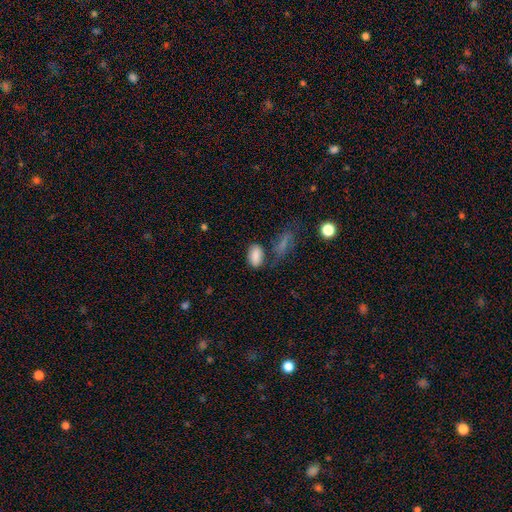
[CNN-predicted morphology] Smooth or featured?
  - smooth: 84% *
  - star or artifact: 9%
  - featured or disk: 7%
How rounded?
  - in between: 92% *
  - round: 6%
  - cigar-shaped: 2%
Merging?
  - none: 59% *
  - minor disturbance: 19%
  - merger: 15%
  - major disturbance: 8%